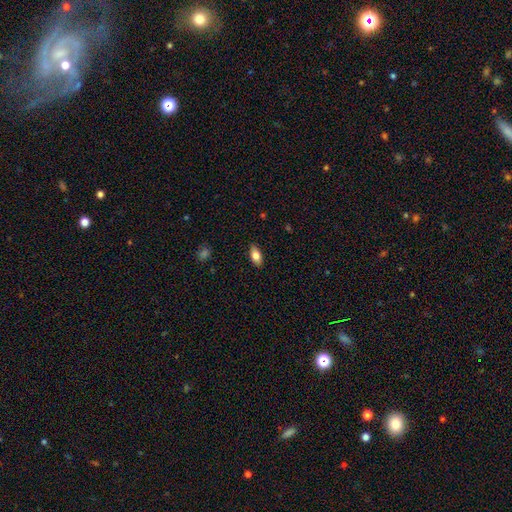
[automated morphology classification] Q: Smooth or featured?
A: smooth (82%); runner-up: featured or disk (11%)
Q: How rounded?
A: in between (90%); runner-up: cigar-shaped (6%)
Q: Merging?
A: none (87%); runner-up: minor disturbance (10%)